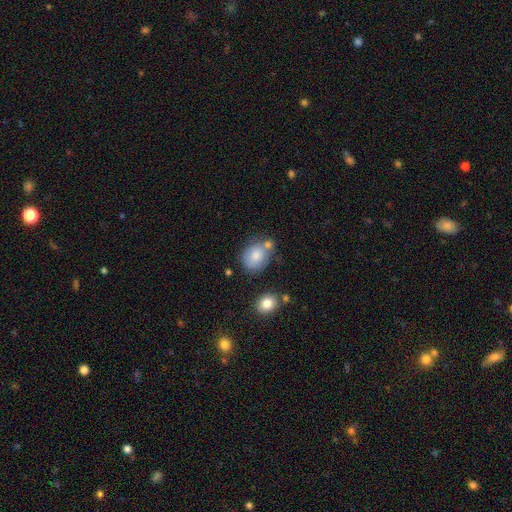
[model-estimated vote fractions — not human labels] smooth 77%, featured or disk 14%, star or artifact 8%. Down the decision tree: how rounded — in between (50%); merging — none (54%).